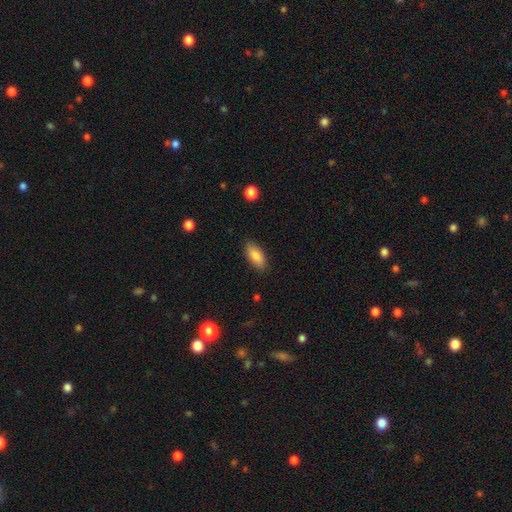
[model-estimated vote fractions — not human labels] A smooth galaxy with no disk features (86%) that is in between round and cigar-shaped (85%). Merging: none (86%).